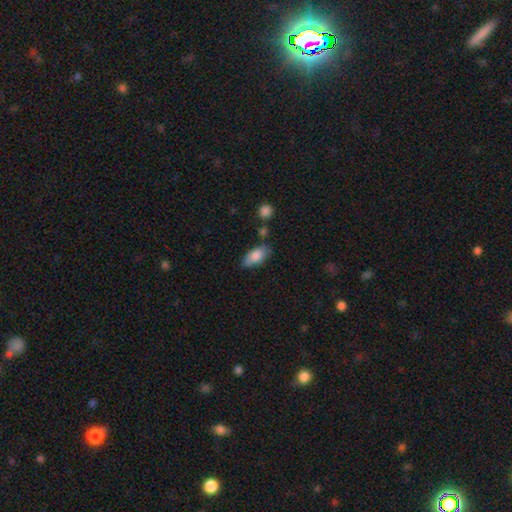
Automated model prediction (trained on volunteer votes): Overall: smooth (80%). How rounded: in between (88%). Merging: none (67%).